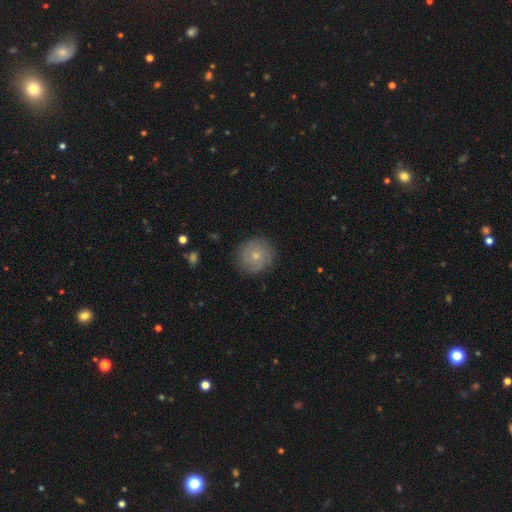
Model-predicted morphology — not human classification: Overall: smooth (52%; featured or disk 40%). How rounded: round (92%). Merging: none (85%).